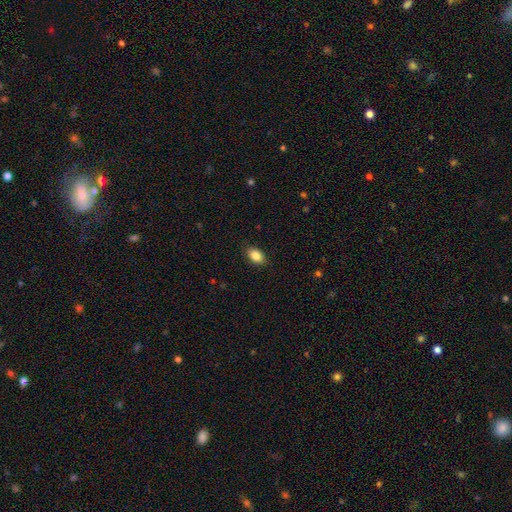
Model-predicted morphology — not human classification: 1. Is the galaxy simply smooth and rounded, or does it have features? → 87% smooth, 8% star or artifact, 5% featured or disk.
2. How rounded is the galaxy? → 89% in between, 9% round, 1% cigar-shaped.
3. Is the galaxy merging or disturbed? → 89% none, 8% minor disturbance, 2% major disturbance, 1% merger.